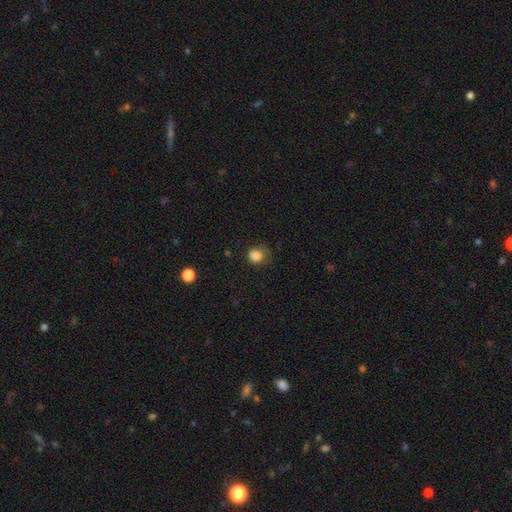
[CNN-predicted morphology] This appears to be a smooth galaxy with no disk features (85%) that is round (77%). Merging: none (60%).